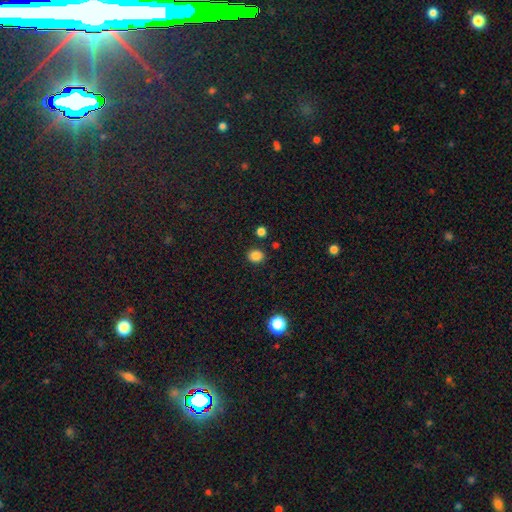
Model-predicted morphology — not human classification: This is clearly a smooth galaxy (85%). How rounded: likely round (71%). Merging: clearly none (86%).